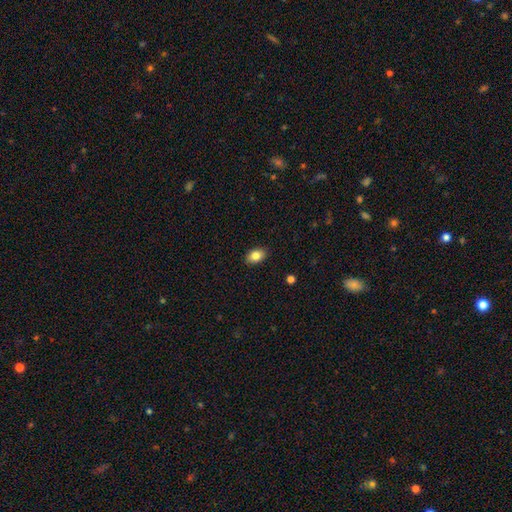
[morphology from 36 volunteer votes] smooth-or-featured: smooth: 89% | featured or disk: 8% | star or artifact: 3%
  how-rounded: in between: 66% | round: 34% | cigar-shaped: 0%
  merging: none: 91% | major disturbance: 6% | minor disturbance: 3% | merger: 0%